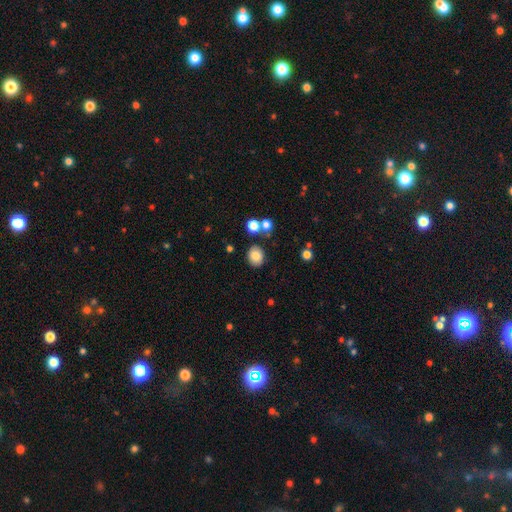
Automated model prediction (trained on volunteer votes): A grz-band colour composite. It shows a smooth galaxy with no disk features (83%) that is round (69%). Merging: none (81%).